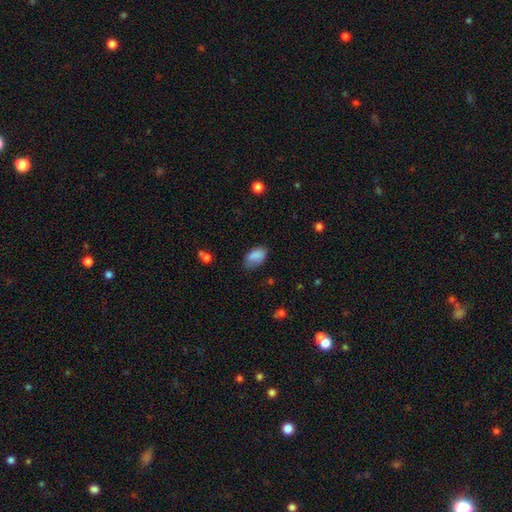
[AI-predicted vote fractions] smooth-or-featured: smooth: 85% | star or artifact: 8% | featured or disk: 7%
  how-rounded: in between: 92% | round: 6% | cigar-shaped: 2%
  merging: none: 65% | minor disturbance: 26% | major disturbance: 7% | merger: 2%